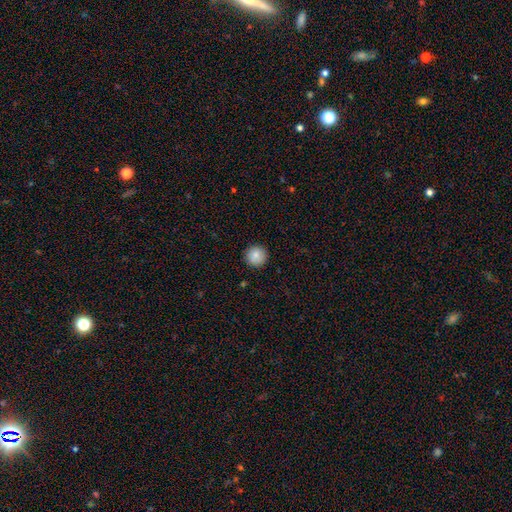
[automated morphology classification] smooth 85%, star or artifact 9%, featured or disk 6%. Down the decision tree: how rounded — round (96%); merging — none (92%).